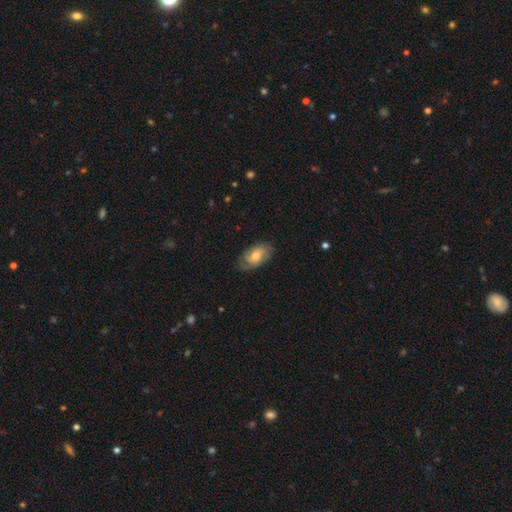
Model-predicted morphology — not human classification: This appears to be a featured or disk galaxy (47%). Merging: none (72%).